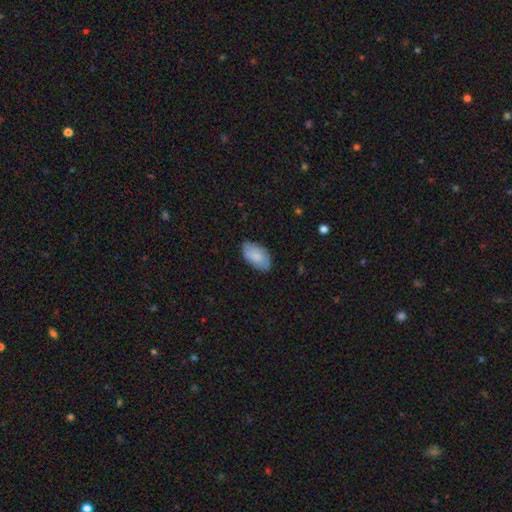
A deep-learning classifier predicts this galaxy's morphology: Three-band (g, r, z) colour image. It shows a smooth galaxy with no disk features (81%) that is in between round and cigar-shaped (95%). Merging: none (77%).